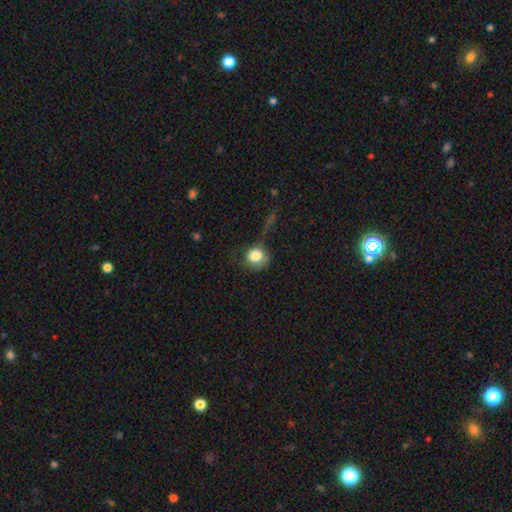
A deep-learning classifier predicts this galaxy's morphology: smooth 79%, featured or disk 13%, star or artifact 8%. Down the decision tree: how rounded — round (81%); merging — none (41%).